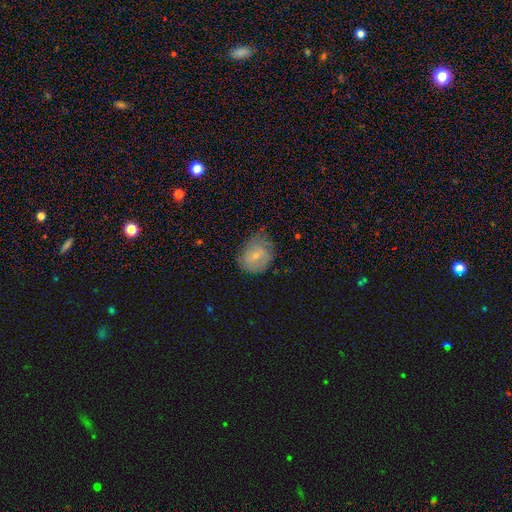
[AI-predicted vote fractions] A smooth galaxy with no disk features (58%) that is round (53%). Merging: none (51%).